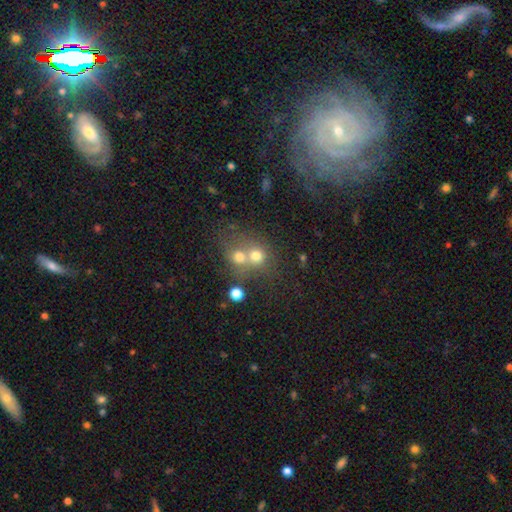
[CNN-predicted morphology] smooth 67%, featured or disk 17%, star or artifact 16%. Down the decision tree: how rounded — round (79%); merging — merger (57%).